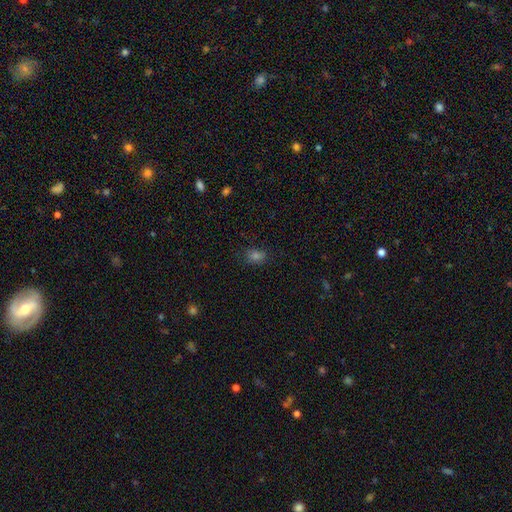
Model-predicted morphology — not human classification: Overall: smooth (69%). How rounded: in between (66%; round 32%). Merging: none (81%).